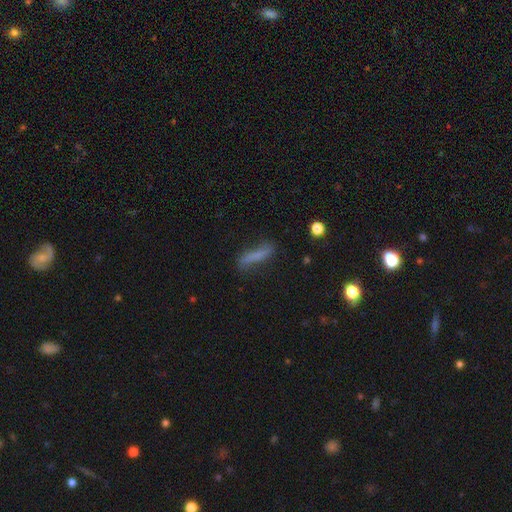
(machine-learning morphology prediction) Overall: smooth (67%). How rounded: cigar-shaped (83%). Merging: none (68%).